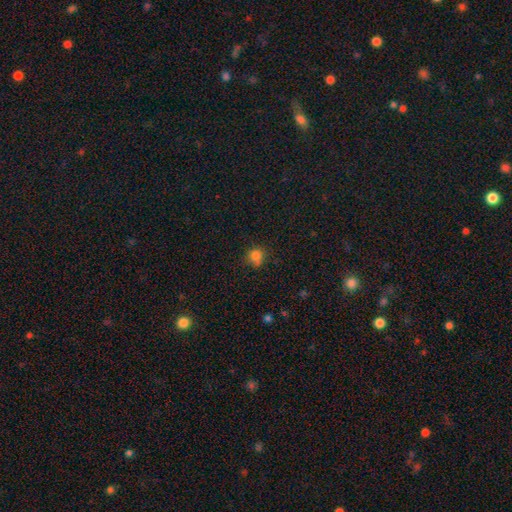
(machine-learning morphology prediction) Smooth or featured: smooth — 80% (star or artifact — 14%)
How rounded: round — 76% (in between — 23%)
Merging: none — 65% (minor disturbance — 23%)